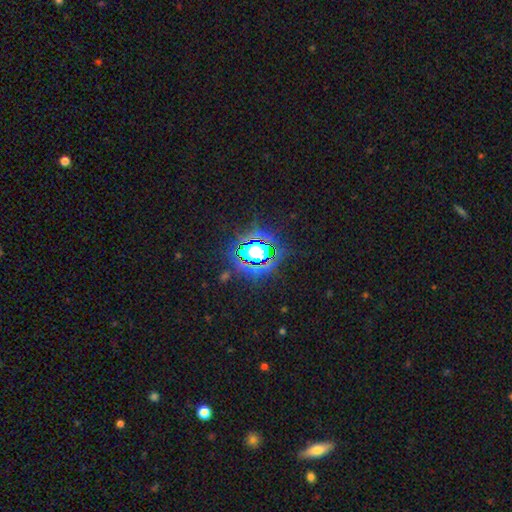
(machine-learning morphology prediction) A star or artifact, not a galaxy (79%).

Vote fractions:
- Smooth or featured? star or artifact: 79% / smooth: 12% / featured or disk: 8%